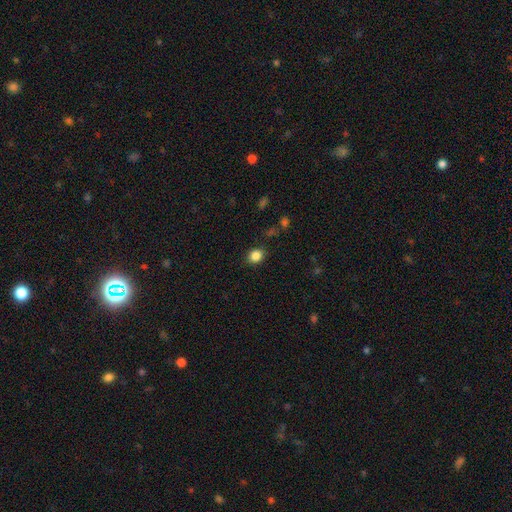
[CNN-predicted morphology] Smooth or featured? smooth (85%)
How rounded? round (61%)
Merging? none (86%)